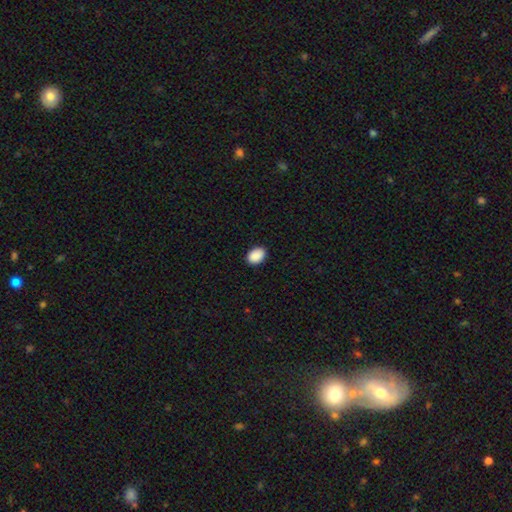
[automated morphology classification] Smooth or featured?
  - smooth: 90% *
  - star or artifact: 7%
  - featured or disk: 2%
How rounded?
  - in between: 78% *
  - round: 21%
  - cigar-shaped: 1%
Merging?
  - none: 89% *
  - minor disturbance: 9%
  - major disturbance: 2%
  - merger: 1%